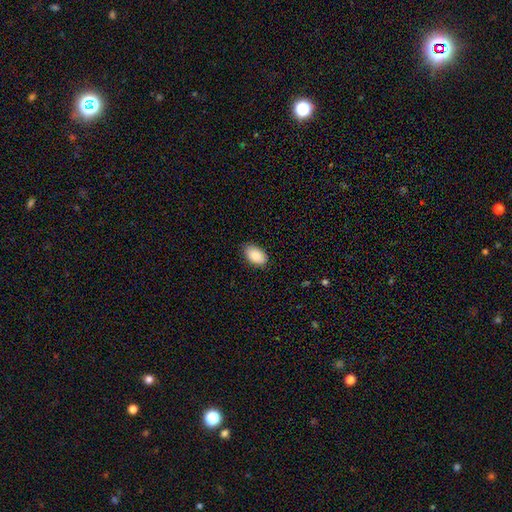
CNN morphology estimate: A smooth galaxy with no disk features (87%) that is in between round and cigar-shaped (94%).

Vote fractions:
- Smooth or featured? smooth: 87% / star or artifact: 7% / featured or disk: 6%
- How rounded? in between: 94% / round: 5% / cigar-shaped: 1%
- Merging? none: 82% / minor disturbance: 15% / major disturbance: 2% / merger: 1%